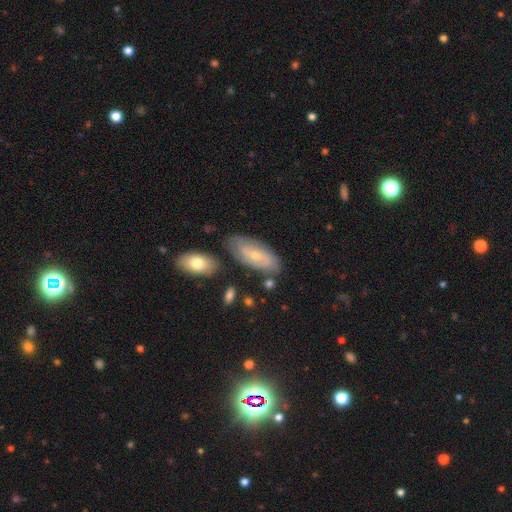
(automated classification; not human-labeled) Q: Smooth or featured?
A: featured or disk (57%); runner-up: smooth (36%)
Q: Edge-on disk?
A: no (90%); runner-up: yes (10%)
Q: Bar?
A: no (60%); runner-up: weak (33%)
Q: Spiral arms?
A: yes (77%); runner-up: no (23%)
Q: Bulge size?
A: small (58%); runner-up: moderate (38%)
Q: Merging?
A: none (73%); runner-up: minor disturbance (18%)